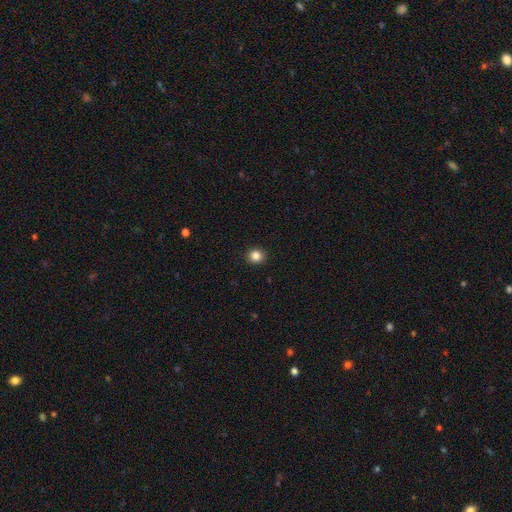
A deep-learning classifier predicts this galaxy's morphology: type=smooth (85%); roundness=round (88%); merging=none (93%).